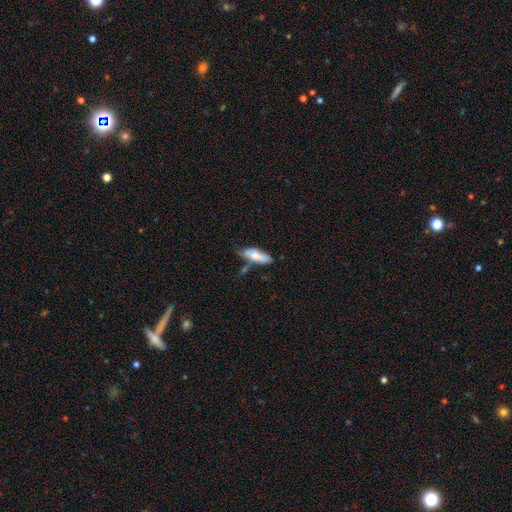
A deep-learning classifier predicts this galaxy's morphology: Q: Smooth or featured?
A: smooth (71%); runner-up: featured or disk (22%)
Q: How rounded?
A: in between (59%); runner-up: cigar-shaped (38%)
Q: Merging?
A: none (47%); runner-up: minor disturbance (29%)